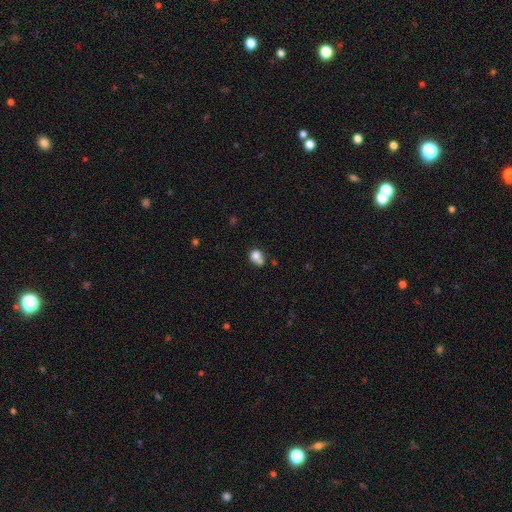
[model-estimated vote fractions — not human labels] The model was most divided on "merging": merger: 45%, none: 35%, minor disturbance: 13%, major disturbance: 7%. More confident: smooth or featured — smooth (76%); how rounded — round (65%).